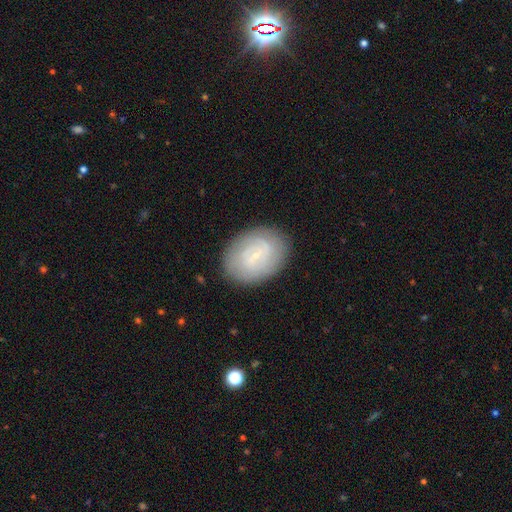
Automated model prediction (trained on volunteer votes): This appears to be a featured or disk galaxy (57%) with a weak bar (51%), spiral arms (71%) and a small central bulge (83%). Merging: none (84%).